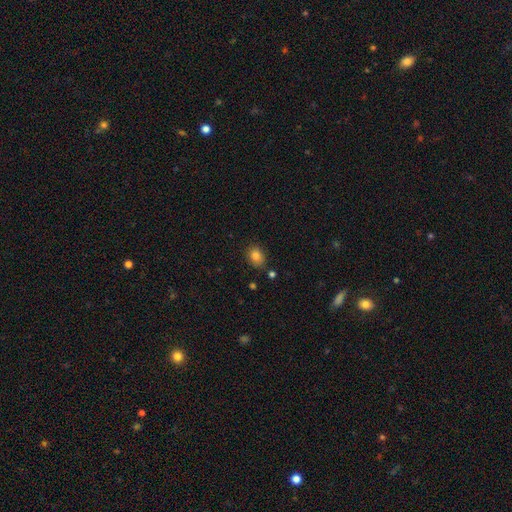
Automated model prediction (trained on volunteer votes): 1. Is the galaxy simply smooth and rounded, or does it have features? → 82% smooth, 11% star or artifact, 7% featured or disk.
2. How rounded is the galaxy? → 58% in between, 41% round, 1% cigar-shaped.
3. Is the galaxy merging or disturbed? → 81% none, 13% minor disturbance, 3% merger, 3% major disturbance.